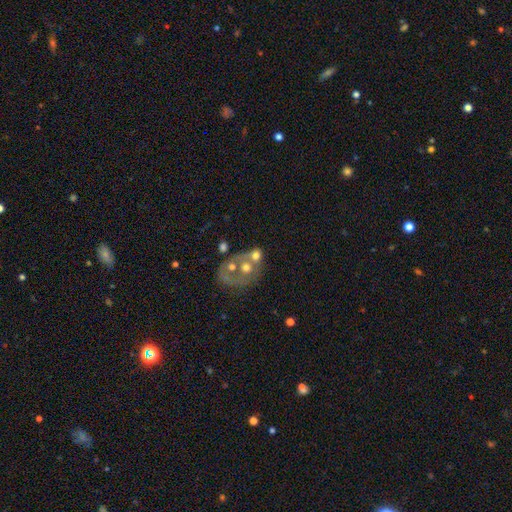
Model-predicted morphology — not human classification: Smooth or featured: featured or disk — 46% (smooth — 42%)
Merging: merger — 57% (none — 24%)